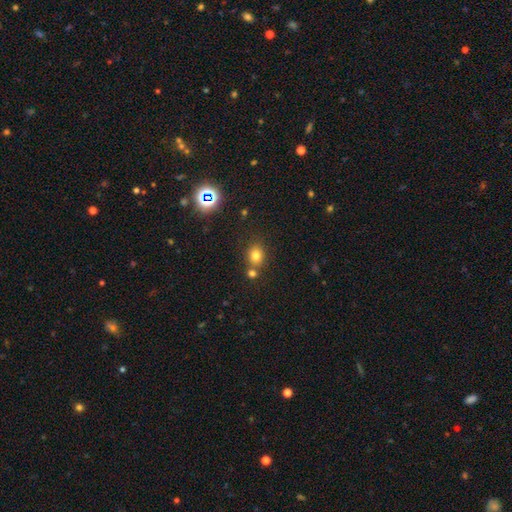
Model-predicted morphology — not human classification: This is likely a smooth galaxy (77%). How rounded: likely round (62%). Merging: likely none (63%).